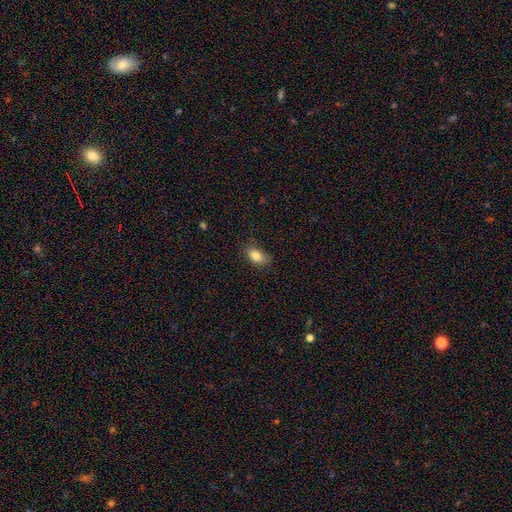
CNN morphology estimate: A smooth galaxy with no disk features (84%) that is in between round and cigar-shaped (88%). Merging: none (76%).